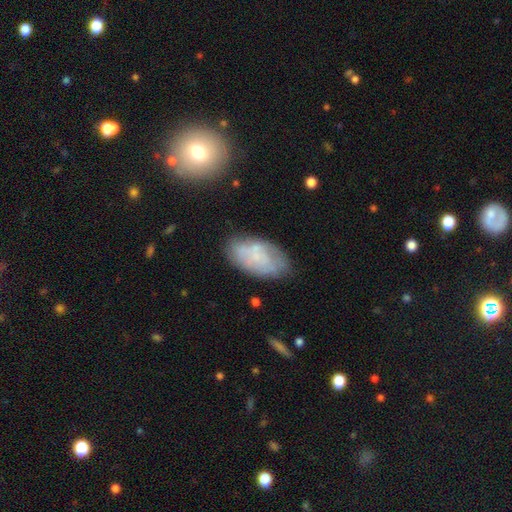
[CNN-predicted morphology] Smooth or featured?
  - smooth: 53% *
  - featured or disk: 38%
  - star or artifact: 9%
How rounded?
  - in between: 93% *
  - round: 4%
  - cigar-shaped: 3%
Merging?
  - none: 65% *
  - minor disturbance: 22%
  - major disturbance: 8%
  - merger: 5%